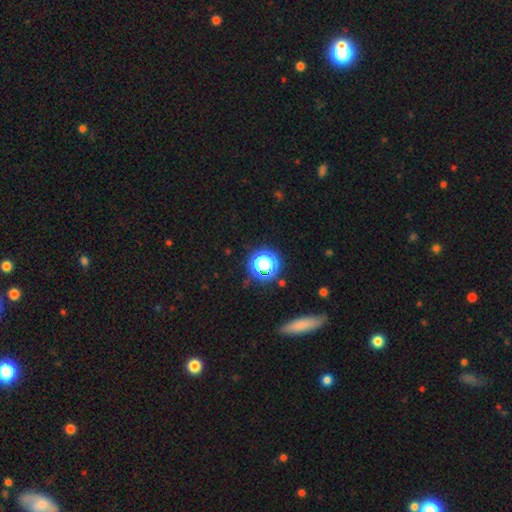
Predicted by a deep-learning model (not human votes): Smooth or featured: star or artifact — 53% (smooth — 36%)